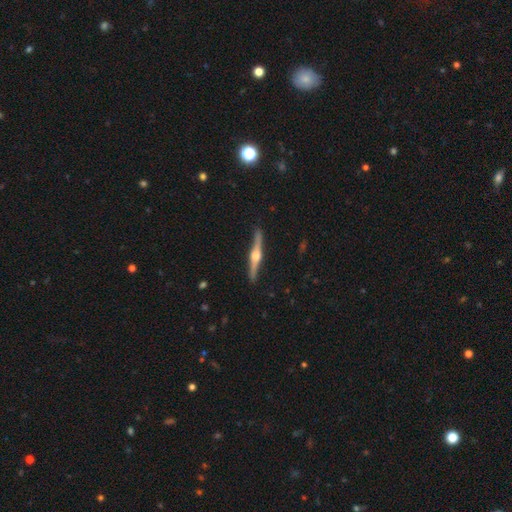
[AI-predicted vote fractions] Overall: featured or disk (83%). Edge-on disk: yes (98%). Edge-on bulge: rounded (93%). Merging: none (90%).